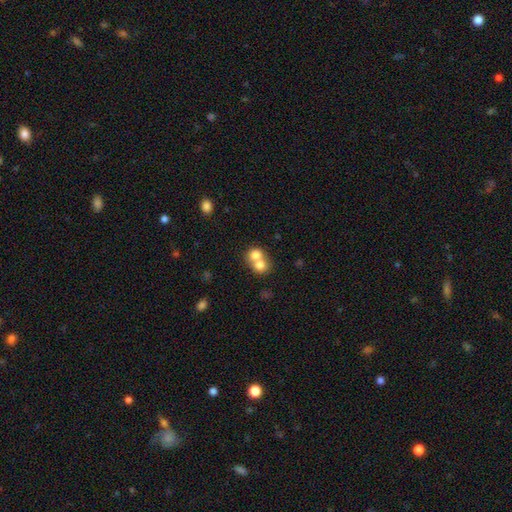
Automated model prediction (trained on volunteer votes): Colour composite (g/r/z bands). It shows a smooth galaxy with no disk features (74%) that is round (74%). Merging: merger (69%).